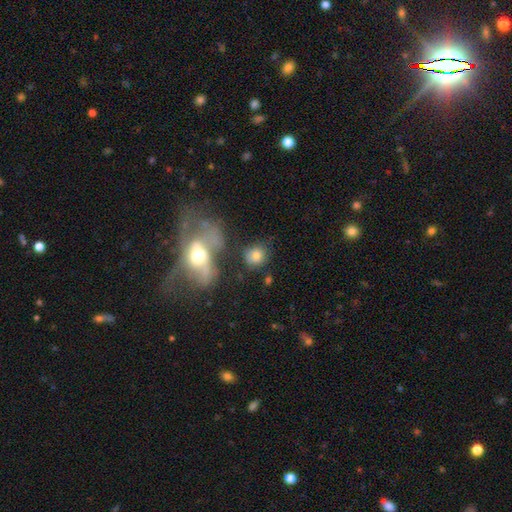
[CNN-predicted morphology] This is likely a smooth galaxy (74%). How rounded: likely round (76%). Merging: possibly none (57%).